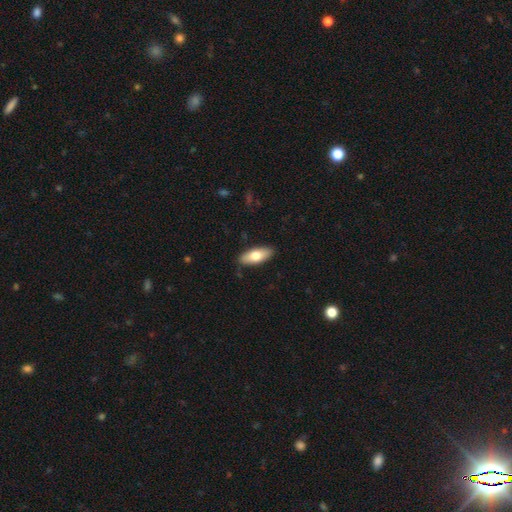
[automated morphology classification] type=smooth (74%); roundness=in between (82%); merging=none (88%).